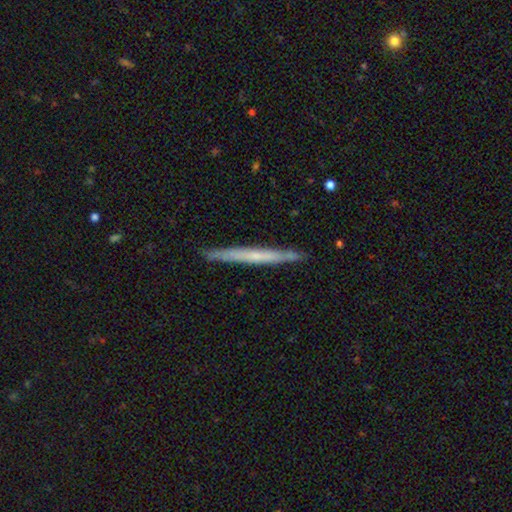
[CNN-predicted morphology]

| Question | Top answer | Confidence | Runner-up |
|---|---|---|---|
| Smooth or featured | featured or disk | 53% | smooth (41%) |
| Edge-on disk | yes | 96% | no (4%) |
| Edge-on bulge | none | 75% | rounded (19%) |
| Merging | none | 89% | minor disturbance (9%) |